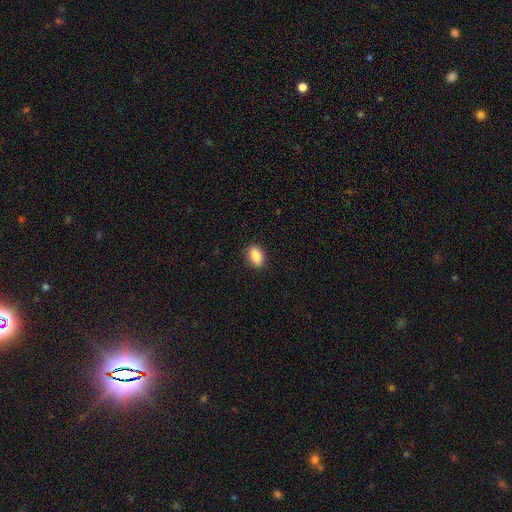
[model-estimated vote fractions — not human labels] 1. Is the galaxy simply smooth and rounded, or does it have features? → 89% smooth, 7% star or artifact, 4% featured or disk.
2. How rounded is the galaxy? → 88% in between, 9% round, 3% cigar-shaped.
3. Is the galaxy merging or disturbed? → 87% none, 10% minor disturbance, 2% major disturbance, 1% merger.